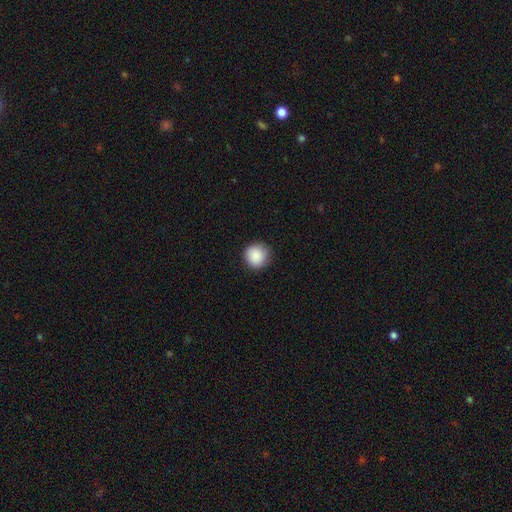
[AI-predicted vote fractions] smooth 88%, star or artifact 8%, featured or disk 4%. Down the decision tree: how rounded — round (94%); merging — none (86%).